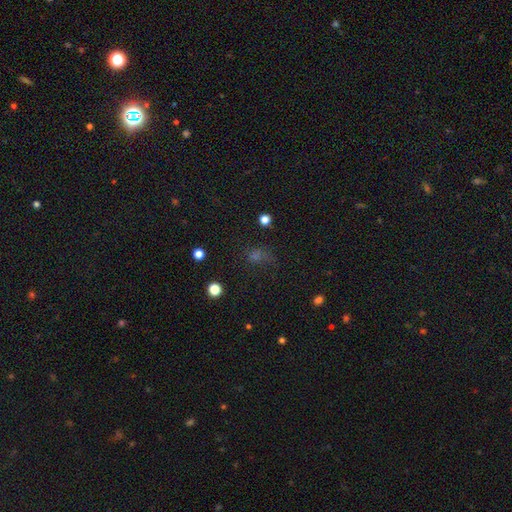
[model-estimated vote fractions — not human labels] smooth 51%, star or artifact 36%, featured or disk 14%. Down the decision tree: how rounded — round (60%); merging — none (52%).